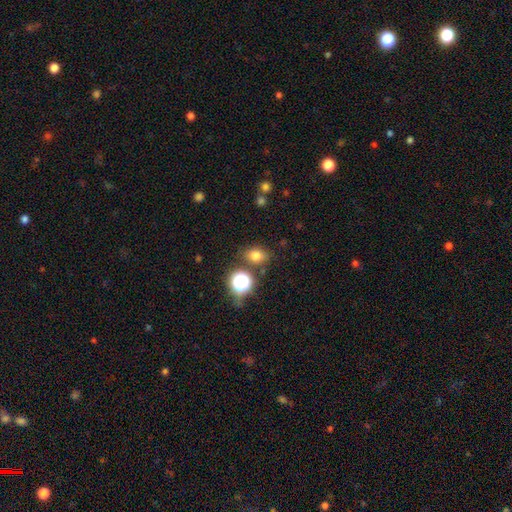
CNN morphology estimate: Overall: smooth (74%). How rounded: in between (55%; round 44%). Merging: none (76%).